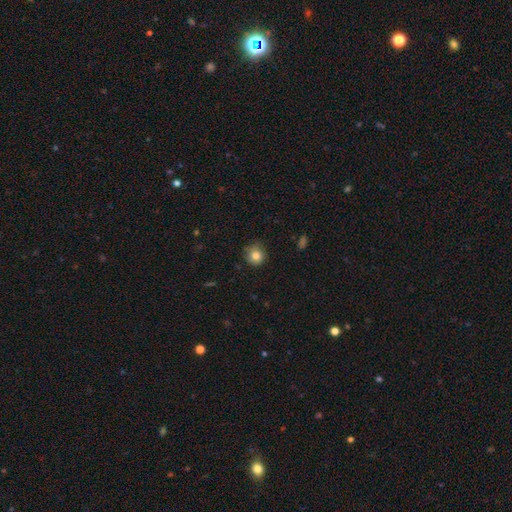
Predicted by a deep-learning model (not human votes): smooth_or_featured: smooth (p=0.83) [alt: star or artifact p=0.10]
how_rounded: round (p=0.90) [alt: in between p=0.09]
merging: none (p=0.78) [alt: minor disturbance p=0.17]